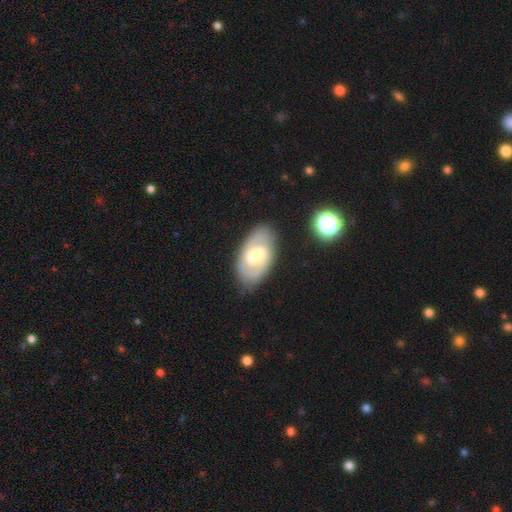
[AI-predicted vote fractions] This is likely a featured or disk galaxy (60%). It is clearly not viewed edge-on (94%). Bar: possibly weak (49%). Spiral arm pattern: likely yes (64%). Central bulge: possibly moderate (53%). Merging: clearly none (82%).